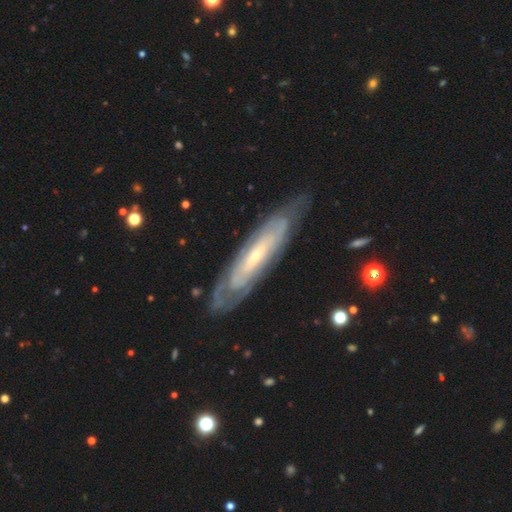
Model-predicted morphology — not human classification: This is likely a featured or disk galaxy (79%). It is likely not viewed edge-on (71%). Bar: likely no (61%). Spiral arm pattern: clearly yes (82%). Central bulge: likely small (74%). Merging: likely none (77%).